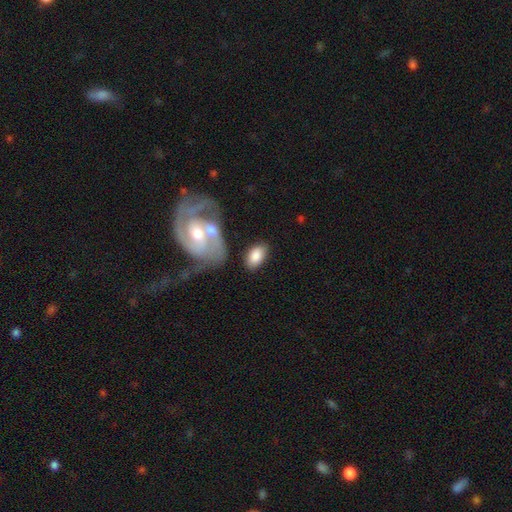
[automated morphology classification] smooth 81%, featured or disk 13%, star or artifact 6%. Down the decision tree: how rounded — in between (92%); merging — none (68%).